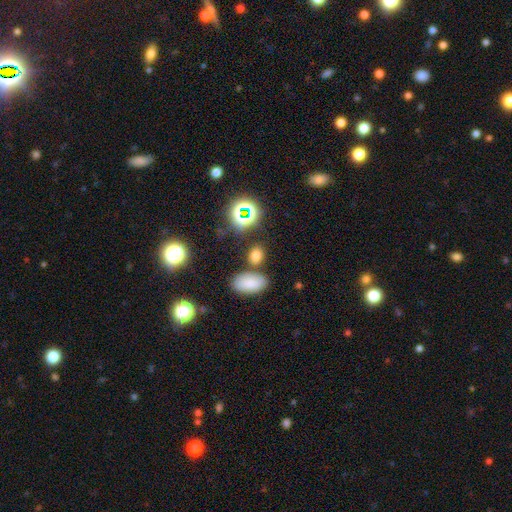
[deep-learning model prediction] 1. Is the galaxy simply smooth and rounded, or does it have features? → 72% smooth, 21% star or artifact, 7% featured or disk.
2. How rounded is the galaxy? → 66% in between, 31% round, 3% cigar-shaped.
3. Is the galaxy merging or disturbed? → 74% none, 12% merger, 10% minor disturbance, 4% major disturbance.